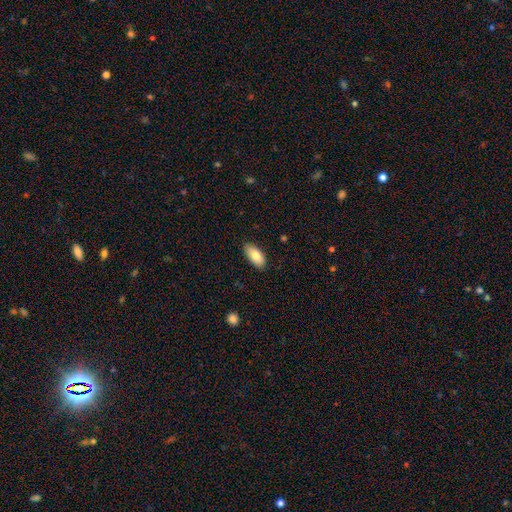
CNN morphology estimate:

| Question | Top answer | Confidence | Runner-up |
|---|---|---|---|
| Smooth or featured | smooth | 83% | featured or disk (11%) |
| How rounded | in between | 92% | cigar-shaped (6%) |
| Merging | none | 85% | minor disturbance (12%) |